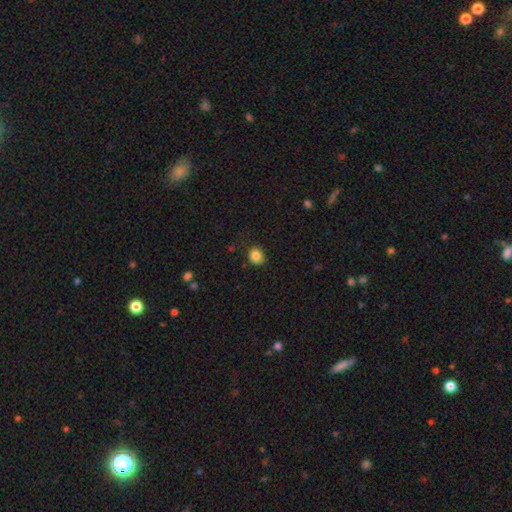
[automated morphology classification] Smooth or featured: smooth — 84% (star or artifact — 10%)
How rounded: round — 62% (in between — 37%)
Merging: none — 81% (minor disturbance — 15%)